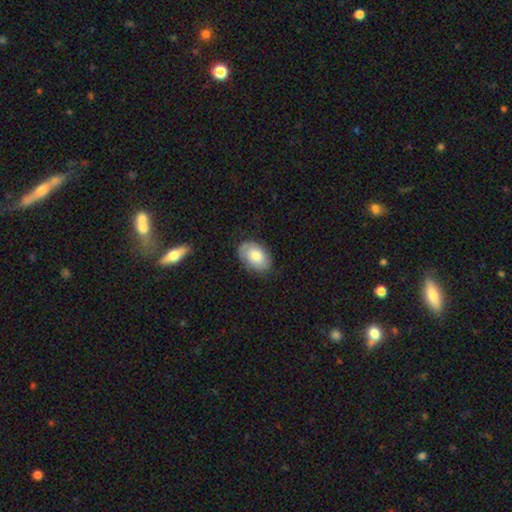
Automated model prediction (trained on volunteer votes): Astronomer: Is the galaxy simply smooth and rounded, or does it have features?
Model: smooth — 63%.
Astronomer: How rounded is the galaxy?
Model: in between — 88%.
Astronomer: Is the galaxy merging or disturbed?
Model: none — 77%.